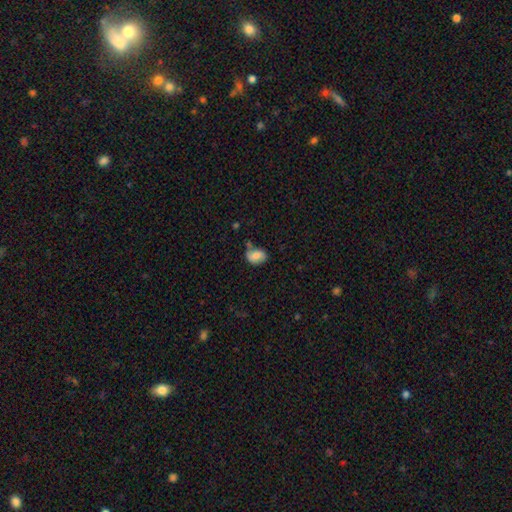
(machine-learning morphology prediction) A smooth galaxy with no disk features (76%) that is in between round and cigar-shaped (74%). Merging: none (52%).